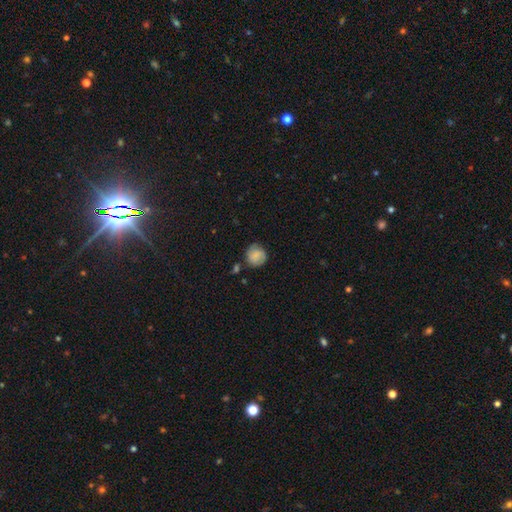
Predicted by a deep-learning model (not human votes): Overall: smooth (76%). How rounded: round (87%). Merging: none (70%).